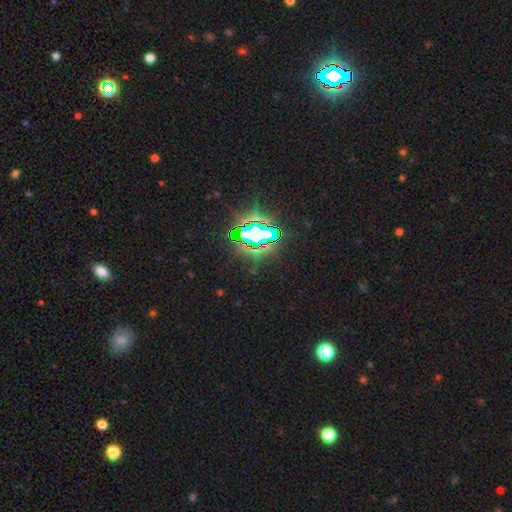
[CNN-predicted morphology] A star or artifact, not a galaxy (79%).

Vote fractions:
- Smooth or featured? star or artifact: 79% / smooth: 12% / featured or disk: 9%